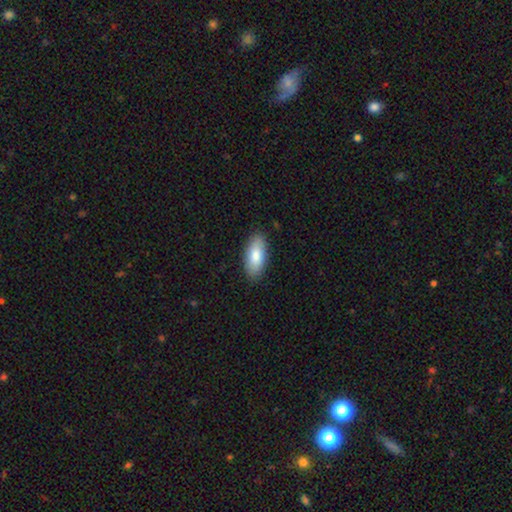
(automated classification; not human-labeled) Q: Smooth or featured?
A: smooth (83%); runner-up: featured or disk (12%)
Q: How rounded?
A: in between (88%); runner-up: cigar-shaped (10%)
Q: Merging?
A: none (87%); runner-up: minor disturbance (10%)